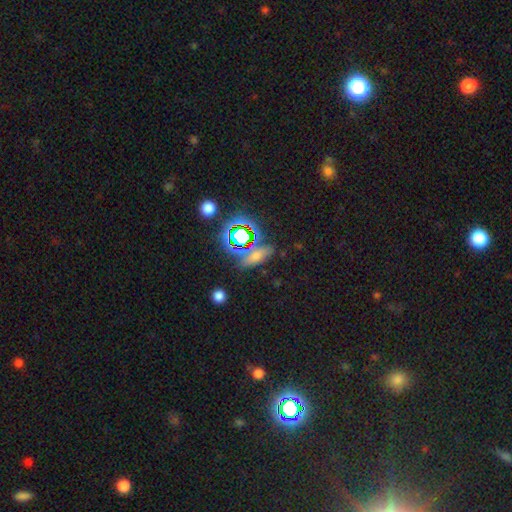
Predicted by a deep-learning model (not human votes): Smooth or featured? Predicted: smooth (p=0.47). Merging? Predicted: none (p=0.74).